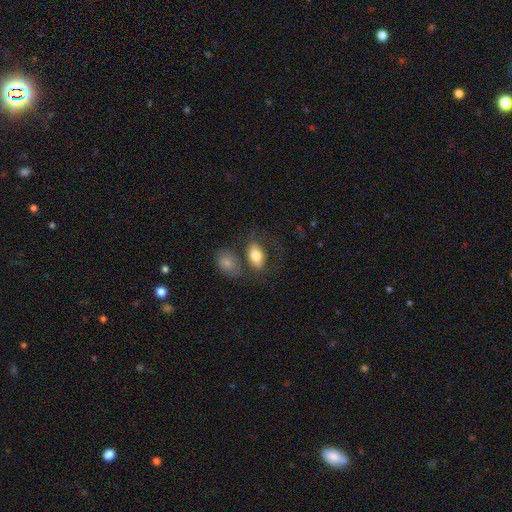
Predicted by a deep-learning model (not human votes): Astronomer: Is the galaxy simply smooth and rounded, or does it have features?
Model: smooth — 75%.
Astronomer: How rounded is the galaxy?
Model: in between — 89%.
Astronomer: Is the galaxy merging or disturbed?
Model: none — 51%.